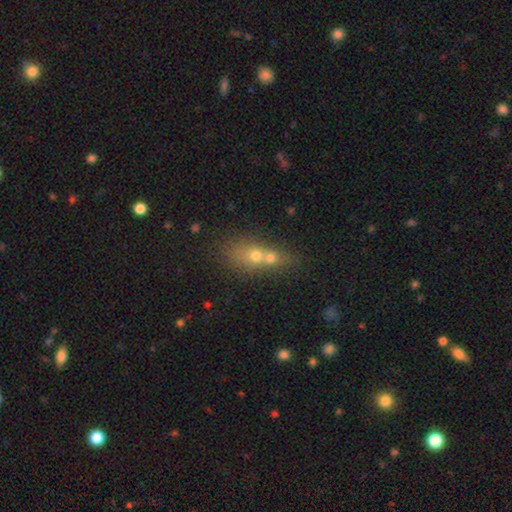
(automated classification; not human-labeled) This appears to be a smooth galaxy with no disk features (55%) that is in between round and cigar-shaped (47%). Merging: merger (50%).